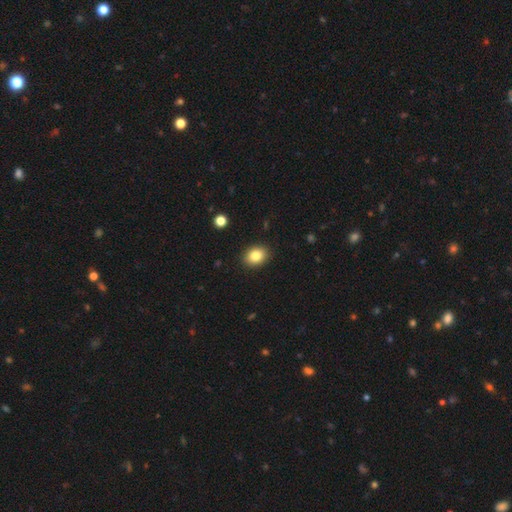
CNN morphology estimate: Q: Smooth or featured?
A: smooth (83%); runner-up: star or artifact (9%)
Q: How rounded?
A: in between (63%); runner-up: round (36%)
Q: Merging?
A: none (90%); runner-up: minor disturbance (7%)